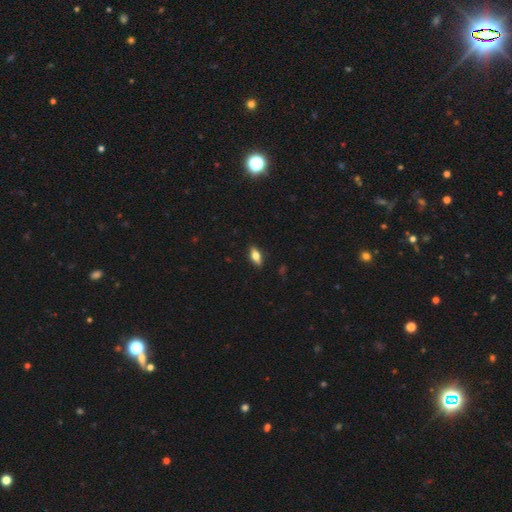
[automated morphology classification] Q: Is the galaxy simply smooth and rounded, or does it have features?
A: smooth — 66%.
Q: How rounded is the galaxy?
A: in between — 80%.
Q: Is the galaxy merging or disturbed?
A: none — 87%.